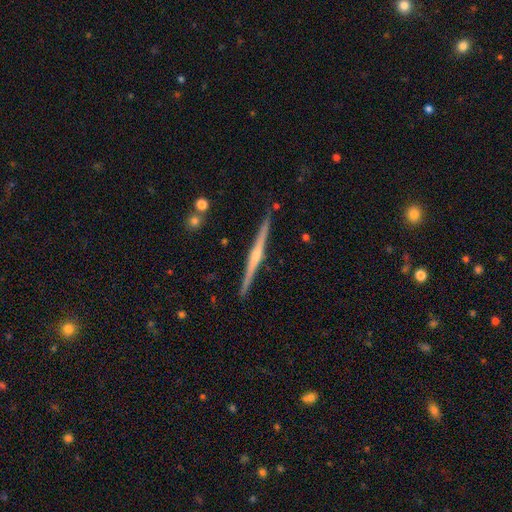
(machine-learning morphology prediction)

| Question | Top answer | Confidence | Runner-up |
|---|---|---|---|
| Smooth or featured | featured or disk | 81% | smooth (13%) |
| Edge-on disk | yes | 98% | no (2%) |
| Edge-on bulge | rounded | 74% | none (17%) |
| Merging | none | 91% | minor disturbance (6%) |